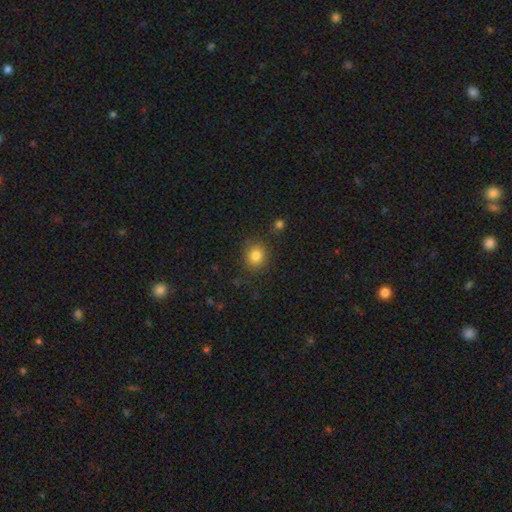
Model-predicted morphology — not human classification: smooth-or-featured: smooth: 83% | star or artifact: 11% | featured or disk: 6%
  how-rounded: round: 80% | in between: 19% | cigar-shaped: 1%
  merging: none: 84% | minor disturbance: 11% | major disturbance: 3% | merger: 3%